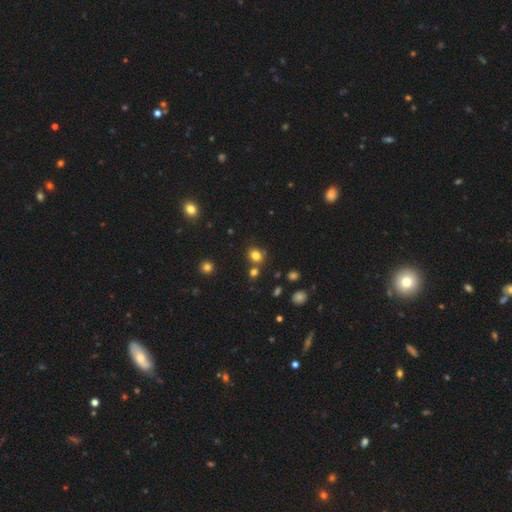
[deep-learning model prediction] Overall: smooth (79%). How rounded: round (70%). Merging: none (73%).